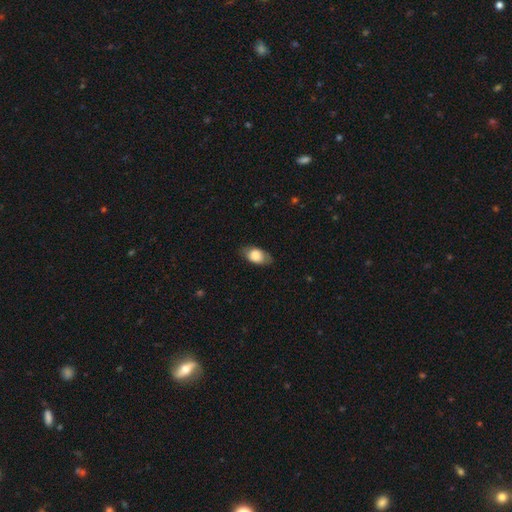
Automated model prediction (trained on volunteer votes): Q: Smooth or featured?
A: smooth (78%); runner-up: featured or disk (15%)
Q: How rounded?
A: in between (89%); runner-up: round (8%)
Q: Merging?
A: none (75%); runner-up: minor disturbance (19%)